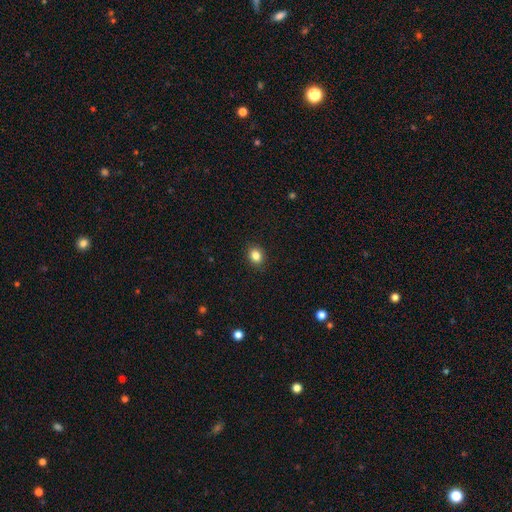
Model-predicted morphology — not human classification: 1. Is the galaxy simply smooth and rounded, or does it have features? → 84% smooth, 11% star or artifact, 5% featured or disk.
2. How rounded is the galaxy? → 63% round, 36% in between, 1% cigar-shaped.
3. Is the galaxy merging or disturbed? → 91% none, 6% minor disturbance, 2% major disturbance, 1% merger.